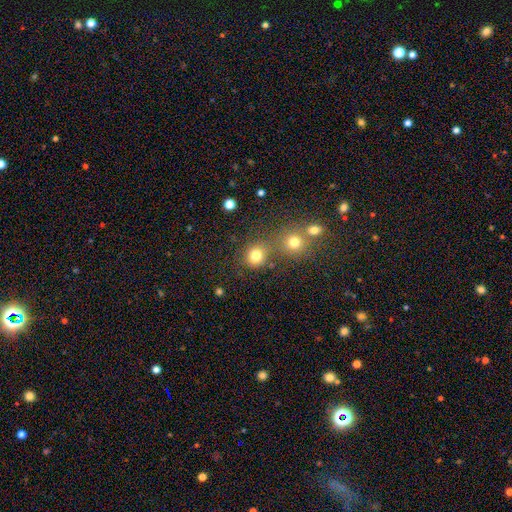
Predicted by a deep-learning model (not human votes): smooth_or_featured: smooth (p=0.79) [alt: star or artifact p=0.14]
how_rounded: round (p=0.81) [alt: in between p=0.18]
merging: none (p=0.58) [alt: merger p=0.27]